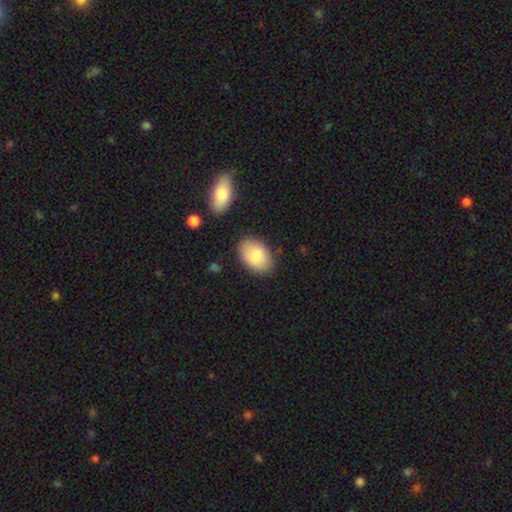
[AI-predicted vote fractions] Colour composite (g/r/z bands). It shows a smooth galaxy with no disk features (84%) that is in between round and cigar-shaped (91%). Merging: none (82%).